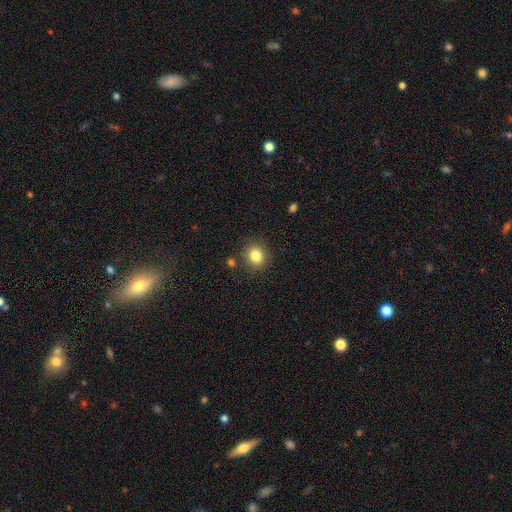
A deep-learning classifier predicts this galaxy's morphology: A smooth galaxy with no disk features (83%) that is round (72%). Merging: none (84%).